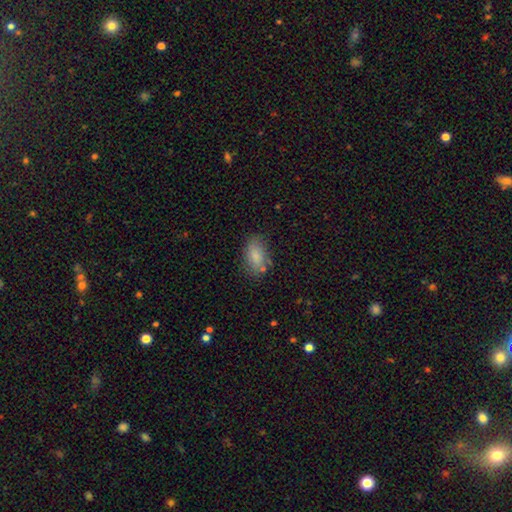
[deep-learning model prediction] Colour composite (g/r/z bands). It shows a smooth galaxy with no disk features (83%) that is in between round and cigar-shaped (91%). Merging: none (71%).